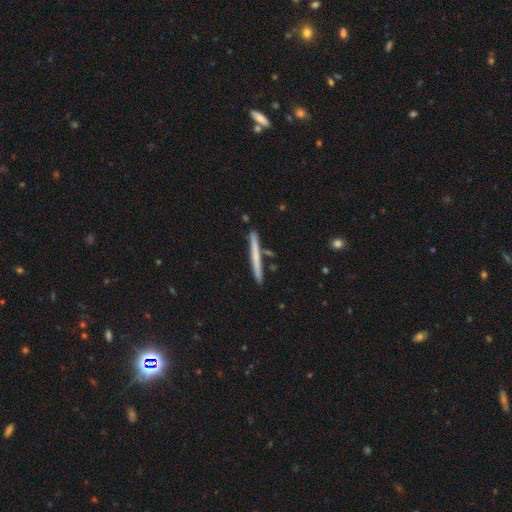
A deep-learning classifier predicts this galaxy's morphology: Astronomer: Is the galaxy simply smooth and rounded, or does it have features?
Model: smooth — 55% (runner-up: featured or disk, 40%).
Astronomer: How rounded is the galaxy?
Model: cigar-shaped — 97%.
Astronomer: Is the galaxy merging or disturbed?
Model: none — 88%.